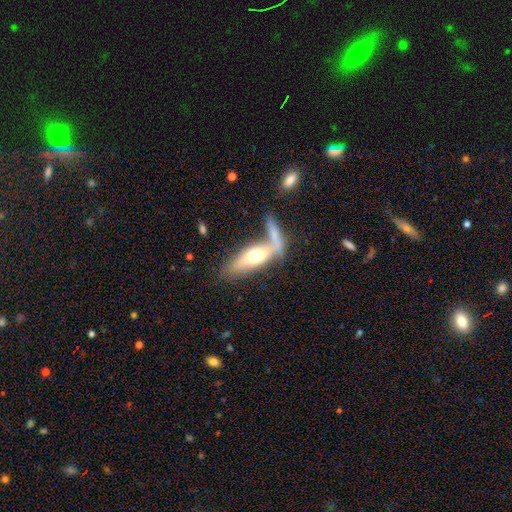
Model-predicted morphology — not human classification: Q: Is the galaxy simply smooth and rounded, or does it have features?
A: smooth — 54%.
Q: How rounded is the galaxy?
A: in between — 53%.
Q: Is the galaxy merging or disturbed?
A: none — 43%.